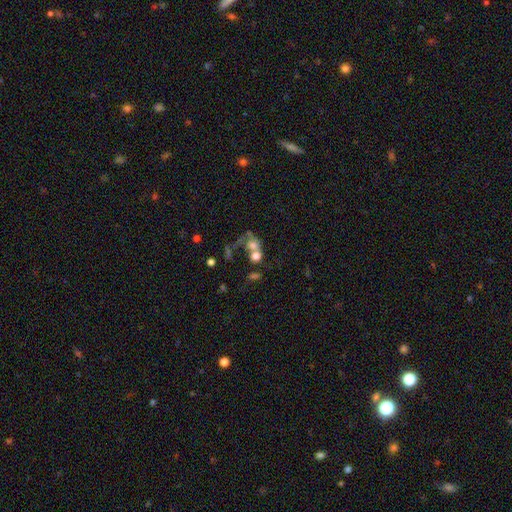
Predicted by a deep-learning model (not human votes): Overall: smooth (61%; featured or disk 26%). How rounded: round (59%; in between 40%). Merging: merger (59%; none 19%).